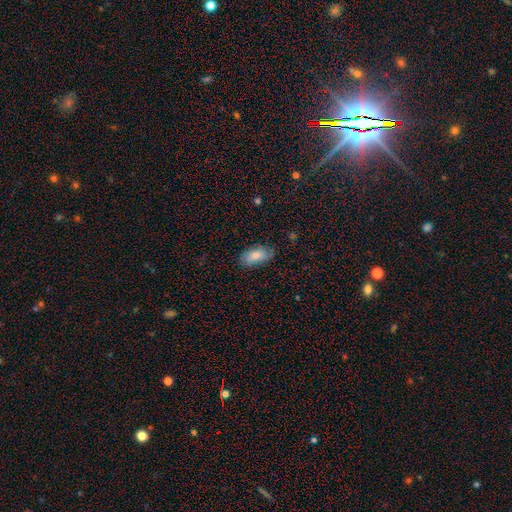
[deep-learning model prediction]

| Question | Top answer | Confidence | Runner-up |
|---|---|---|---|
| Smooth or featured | smooth | 77% | featured or disk (15%) |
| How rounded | in between | 92% | cigar-shaped (4%) |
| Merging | none | 75% | minor disturbance (20%) |